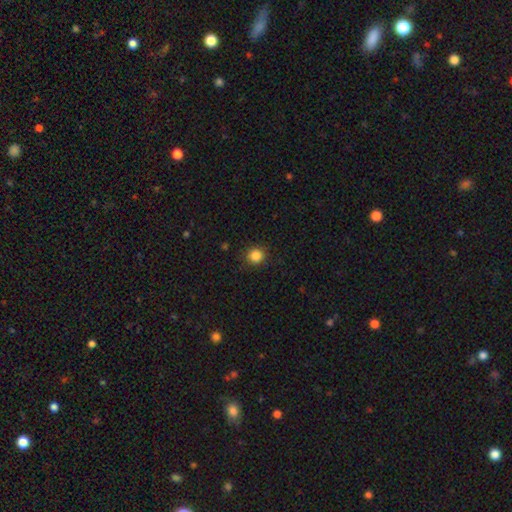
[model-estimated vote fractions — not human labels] Smooth or featured? Predicted: smooth (p=0.85). How rounded? Predicted: round (p=0.91). Merging? Predicted: none (p=0.89).